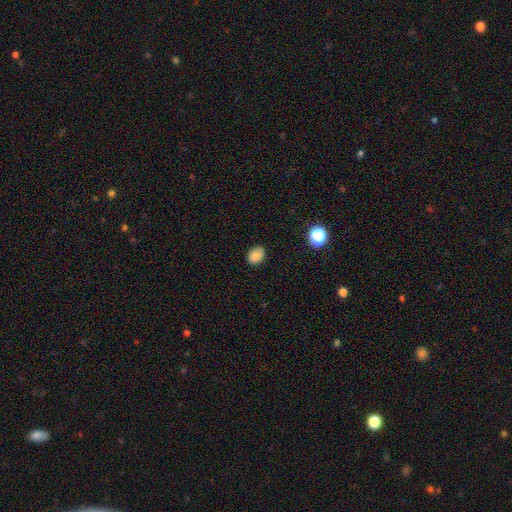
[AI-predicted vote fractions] A smooth galaxy with no disk features (84%) that is in between round and cigar-shaped (63%). Merging: none (78%).